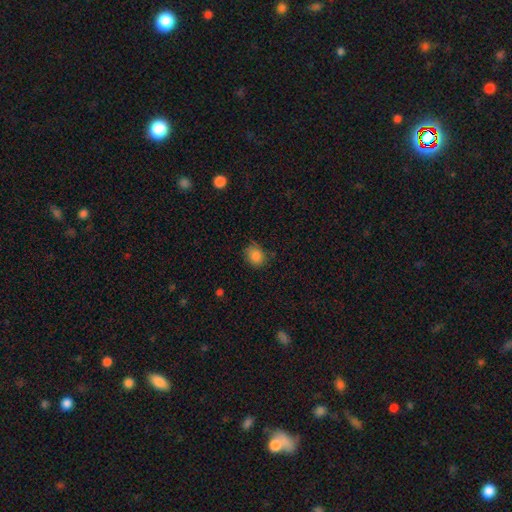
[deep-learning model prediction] The model was most divided on "how rounded": round: 66%, in between: 33%, cigar-shaped: 1%. More confident: smooth or featured — smooth (85%); merging — none (73%).